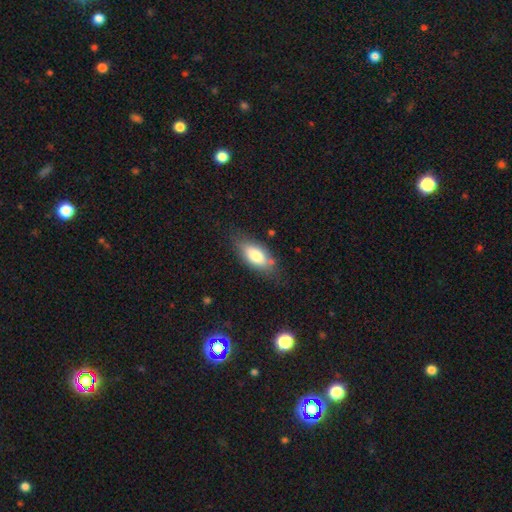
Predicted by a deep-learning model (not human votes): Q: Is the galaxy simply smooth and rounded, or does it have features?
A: smooth — 77%.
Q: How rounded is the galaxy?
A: in between — 84%.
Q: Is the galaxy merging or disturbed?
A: none — 72%.